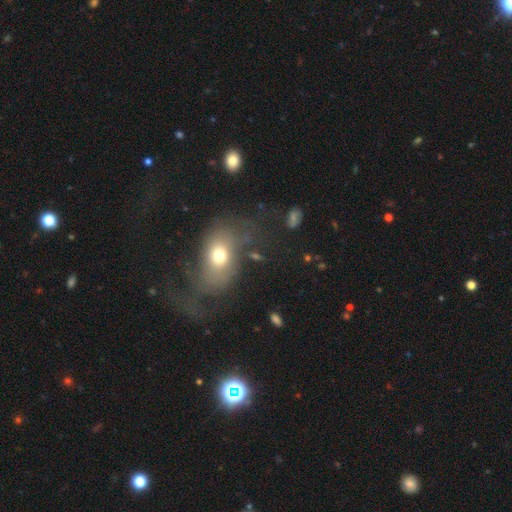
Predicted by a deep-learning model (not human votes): A smooth galaxy with no disk features (53%) that is in between round and cigar-shaped (67%). Merging: none (40%).